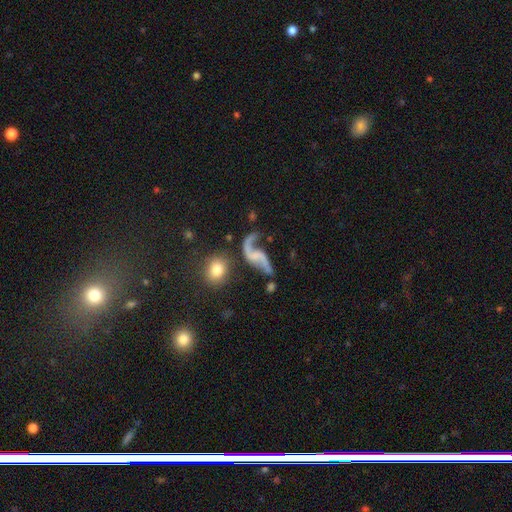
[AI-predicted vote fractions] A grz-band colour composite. It shows a featured or disk galaxy (86%) with no bar (51%), 2 (89%) loose (87%) spiral arms (94%) and no central bulge (52%). Merging: none (52%).